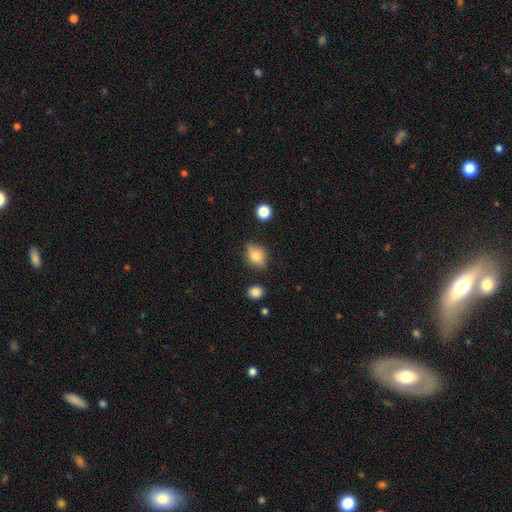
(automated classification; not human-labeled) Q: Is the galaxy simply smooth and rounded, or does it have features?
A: smooth — 67%.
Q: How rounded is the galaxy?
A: in between — 70%.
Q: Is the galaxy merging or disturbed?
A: none — 79%.